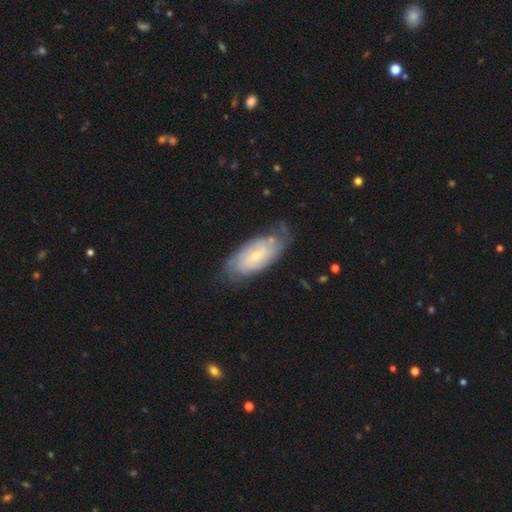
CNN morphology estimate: smooth-or-featured: featured or disk: 64% | smooth: 29% | star or artifact: 7%
  disk-edge-on: no: 90% | yes: 10%
    bar: no: 64% | weak: 30% | strong: 6%
    has-spiral-arms: yes: 86% | no: 14%
    bulge-size: small: 72% | moderate: 21% | none: 4% | large: 2% | dominant: 1%
  merging: none: 66% | minor disturbance: 24% | major disturbance: 8% | merger: 2%